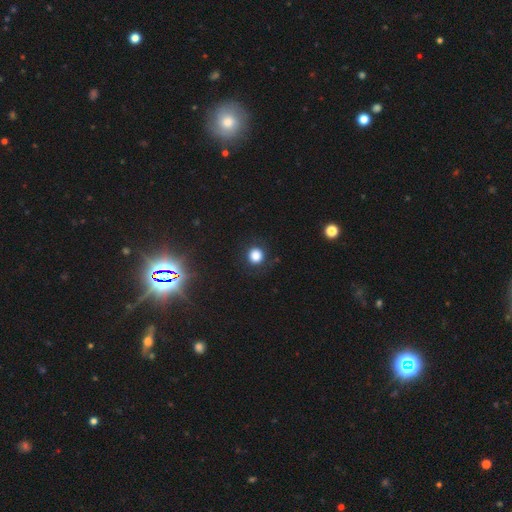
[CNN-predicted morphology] A smooth galaxy with no disk features (82%) that is round (90%).

Vote fractions:
- Smooth or featured? smooth: 82% / star or artifact: 13% / featured or disk: 5%
- How rounded? round: 90% / in between: 9% / cigar-shaped: 1%
- Merging? none: 88% / minor disturbance: 8% / major disturbance: 3% / merger: 1%